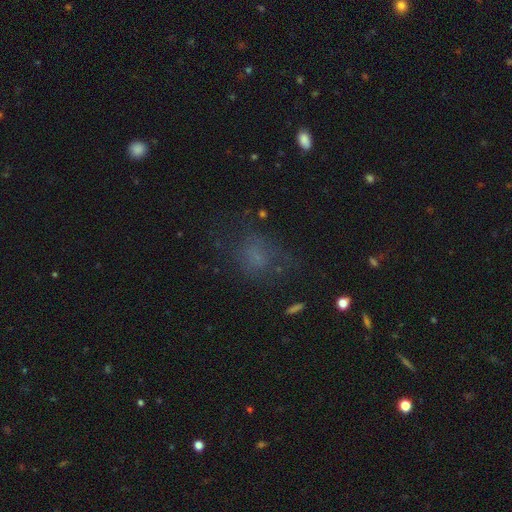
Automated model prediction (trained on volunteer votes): Q: Smooth or featured?
A: smooth (53%); runner-up: featured or disk (24%)
Q: How rounded?
A: in between (50%); runner-up: round (48%)
Q: Merging?
A: none (53%); runner-up: major disturbance (24%)